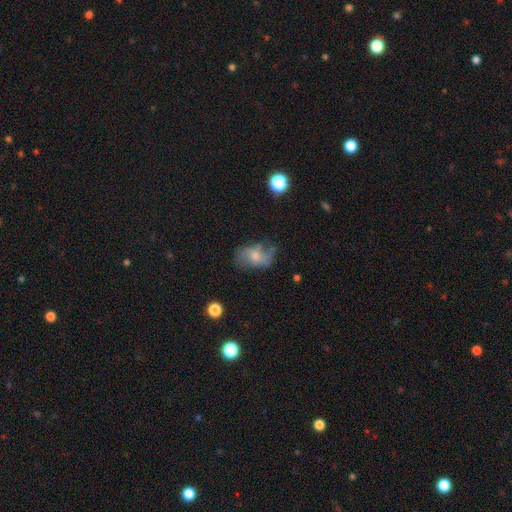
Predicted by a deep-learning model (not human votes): Smooth or featured? Predicted: featured or disk (p=0.53). Edge-on disk? Predicted: no (p=0.96). Bar? Predicted: no (p=0.62). Spiral arms? Predicted: yes (p=0.75). Bulge size? Predicted: moderate (p=0.46). Merging? Predicted: none (p=0.53).